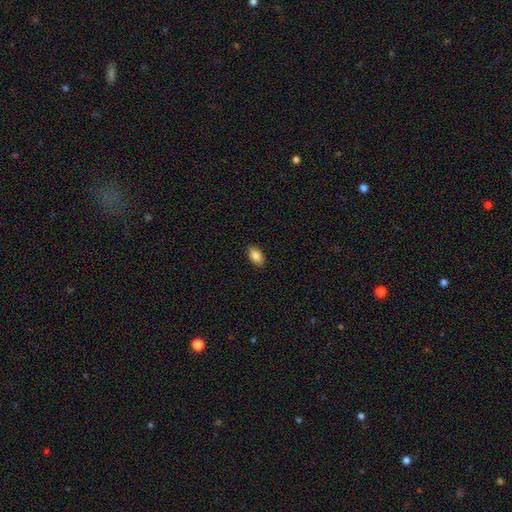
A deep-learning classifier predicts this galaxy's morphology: The model was most divided on "merging": none: 88%, minor disturbance: 9%, major disturbance: 2%, merger: 1%. More confident: how rounded — in between (92%); smooth or featured — smooth (87%).